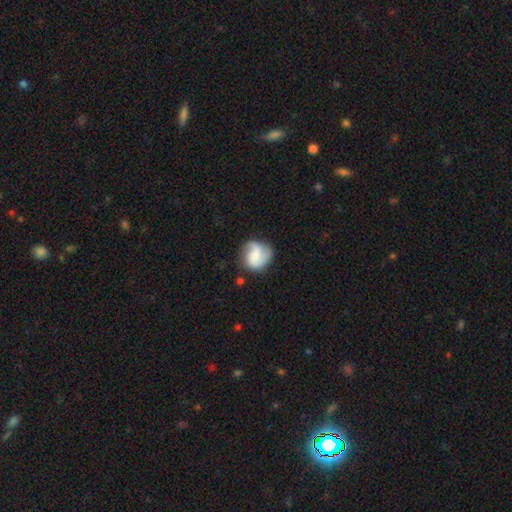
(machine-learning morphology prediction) Overall: featured or disk (60%; smooth 33%). Edge-on disk: no (98%). Bar: no (55%; weak 36%). Spiral arms: yes (92%). Spiral arm count: 2 (67%). Spiral winding: medium (44%; loose 33%). Bulge size: small (43%; moderate 35%). Merging: none (67%).